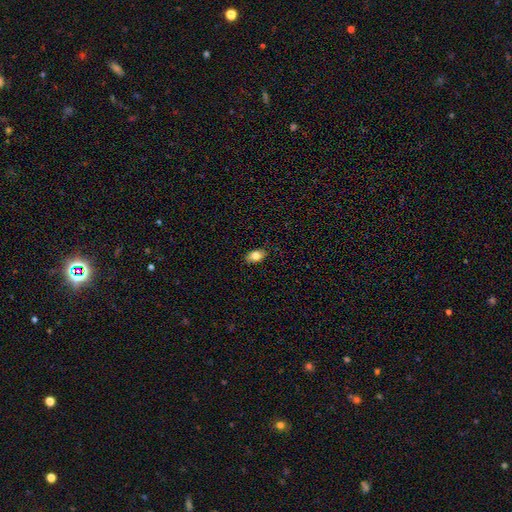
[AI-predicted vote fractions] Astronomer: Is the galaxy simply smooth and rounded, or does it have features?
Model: smooth — 81%.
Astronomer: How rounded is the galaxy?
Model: in between — 87%.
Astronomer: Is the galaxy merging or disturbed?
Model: none — 85%.